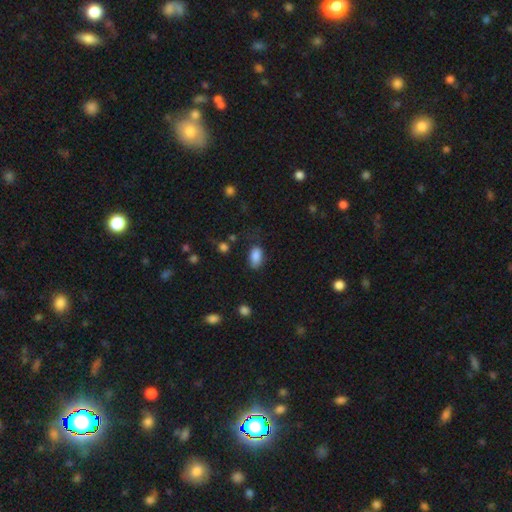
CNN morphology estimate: This is clearly a smooth galaxy (86%). How rounded: clearly in between (92%). Merging: likely none (67%).